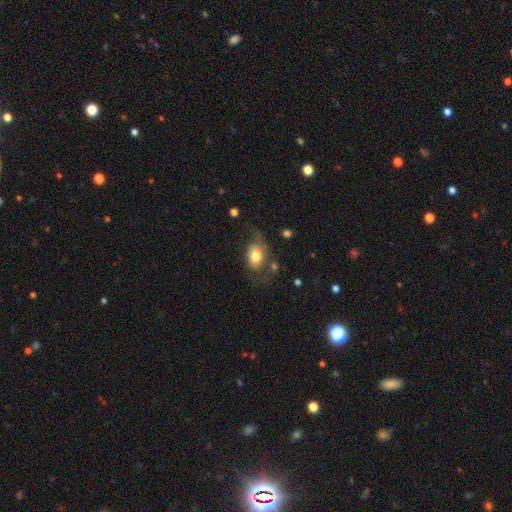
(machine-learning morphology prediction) smooth-or-featured: smooth: 69% | featured or disk: 23% | star or artifact: 8%
  how-rounded: in between: 79% | round: 19% | cigar-shaped: 2%
  merging: none: 44% | minor disturbance: 27% | major disturbance: 25% | merger: 4%